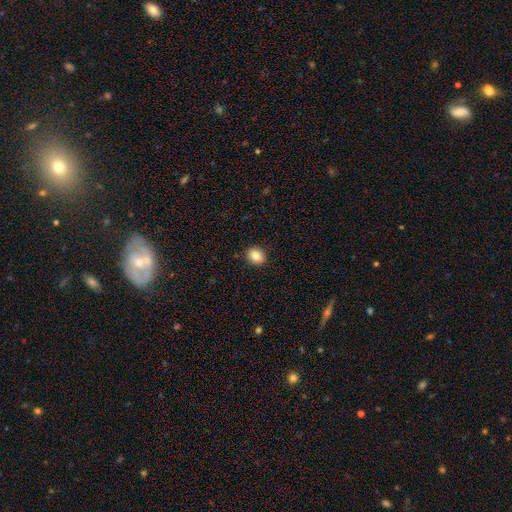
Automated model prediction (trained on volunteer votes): Morphology: type=smooth (84%); roundness=round (65%); merging=none (91%).